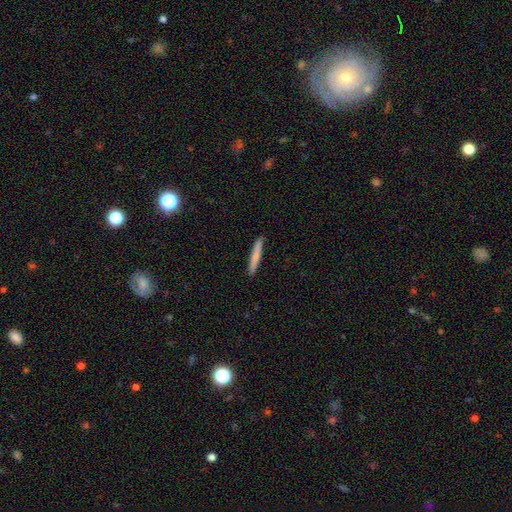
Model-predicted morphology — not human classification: A smooth galaxy with no disk features (74%) that is cigar-shaped (96%). Merging: none (91%).